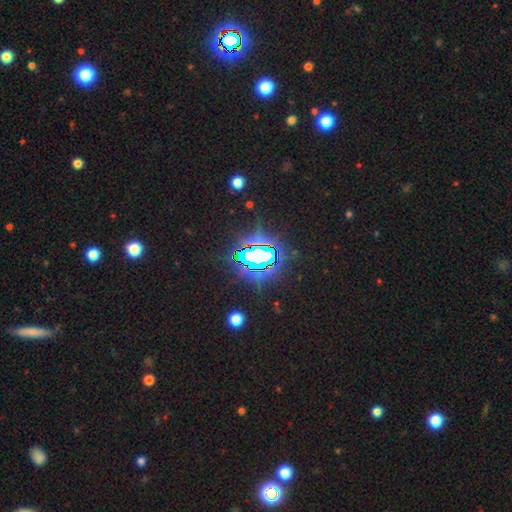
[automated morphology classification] This appears to be a star or artifact, not a galaxy (75%).